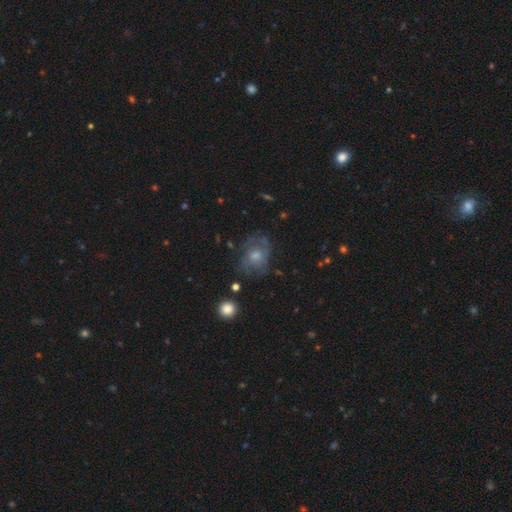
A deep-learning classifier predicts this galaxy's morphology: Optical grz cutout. It shows a featured or disk galaxy (53%) with no bar (78%), spiral arms (72%) and a moderate central bulge (58%). Merging: none (69%).